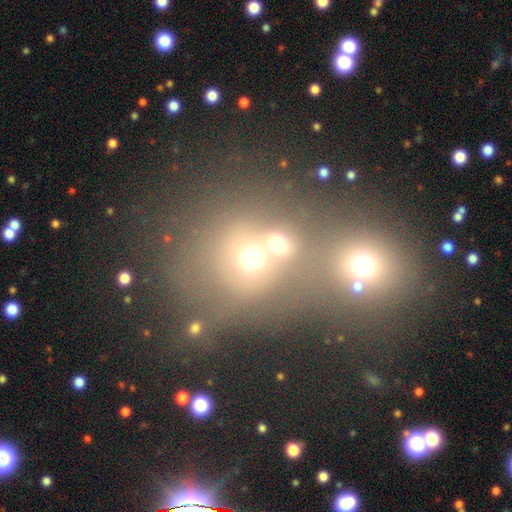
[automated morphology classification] This is likely a smooth galaxy (62%). How rounded: likely round (77%). Merging: likely merger (64%).